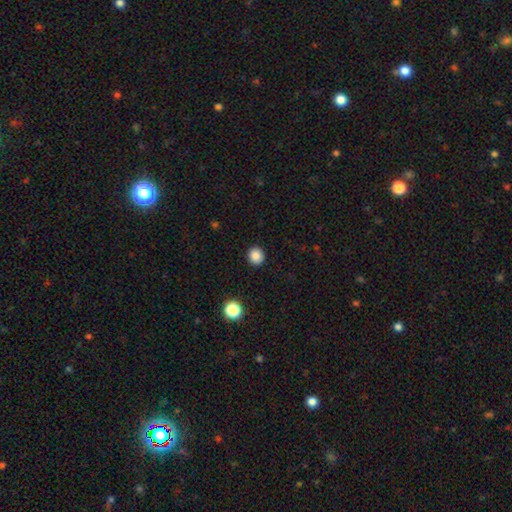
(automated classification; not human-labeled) smooth_or_featured: smooth (p=0.86) [alt: star or artifact p=0.10]
how_rounded: round (p=0.90) [alt: in between p=0.09]
merging: none (p=0.93) [alt: minor disturbance p=0.05]